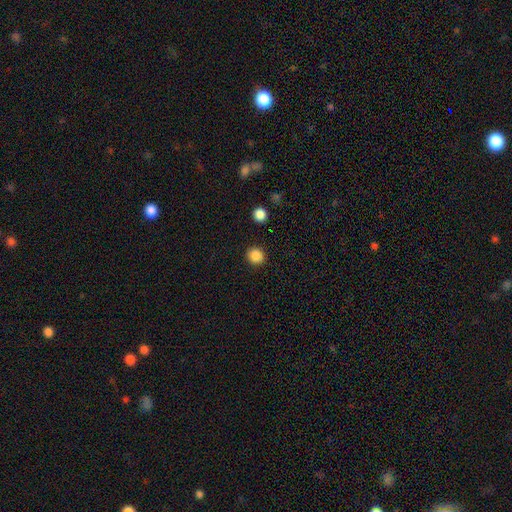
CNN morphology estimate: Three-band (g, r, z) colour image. It shows a smooth galaxy with no disk features (87%) that is round (91%). Merging: none (92%).